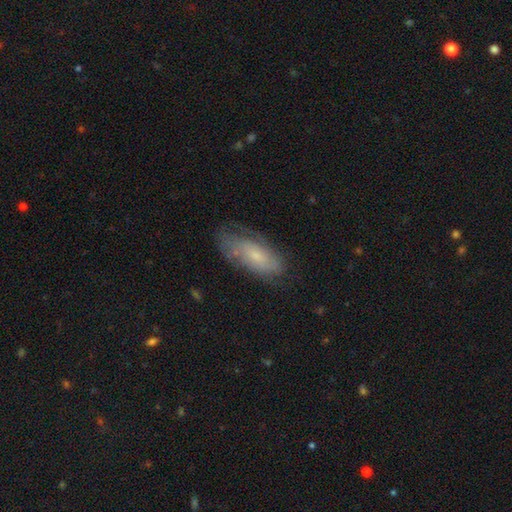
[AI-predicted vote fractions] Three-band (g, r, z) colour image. It shows a smooth galaxy with no disk features (53%) that is in between round and cigar-shaped (81%). Merging: none (59%).